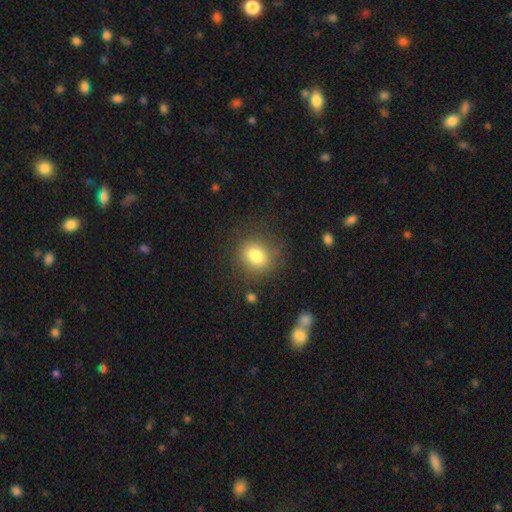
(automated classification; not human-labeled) This is clearly a smooth galaxy (80%). How rounded: likely round (73%). Merging: clearly none (81%).